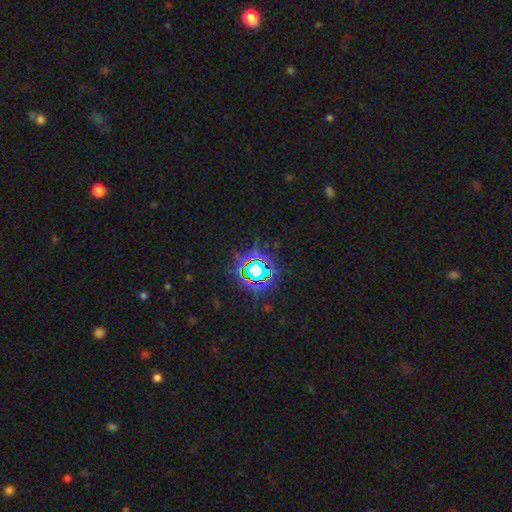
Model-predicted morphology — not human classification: Smooth or featured?
  - star or artifact: 81% *
  - smooth: 12%
  - featured or disk: 7%